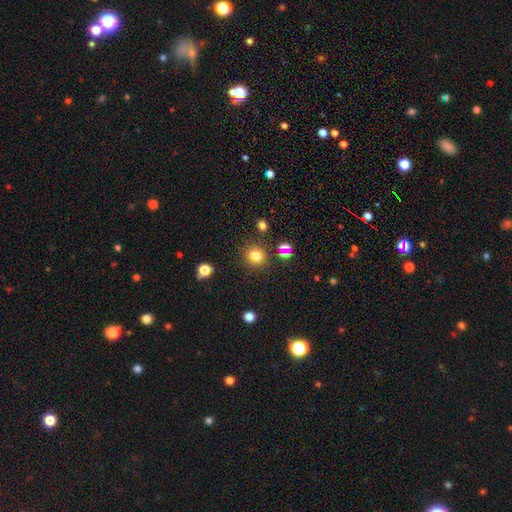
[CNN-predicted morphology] A smooth galaxy with no disk features (78%) that is round (88%). Merging: none (83%).